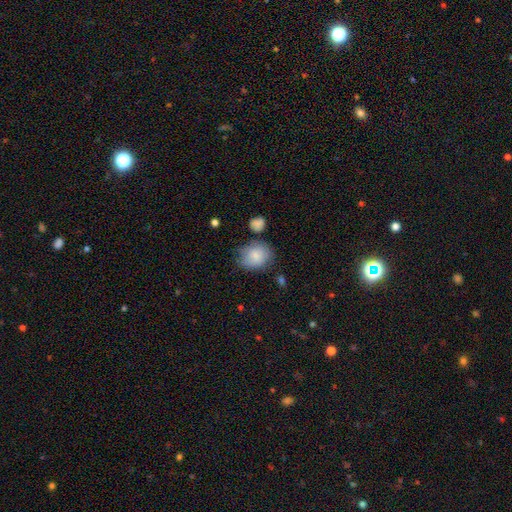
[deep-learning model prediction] This appears to be a smooth galaxy with no disk features (83%) that is round (53%). Merging: none (64%).